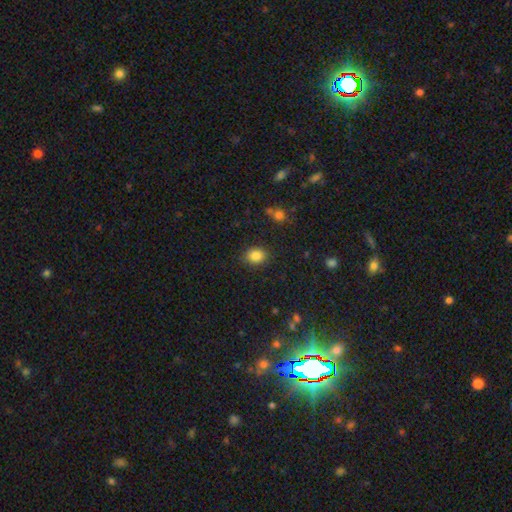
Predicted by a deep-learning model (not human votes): smooth 84%, star or artifact 11%, featured or disk 5%. Down the decision tree: how rounded — round (51%); merging — none (85%).